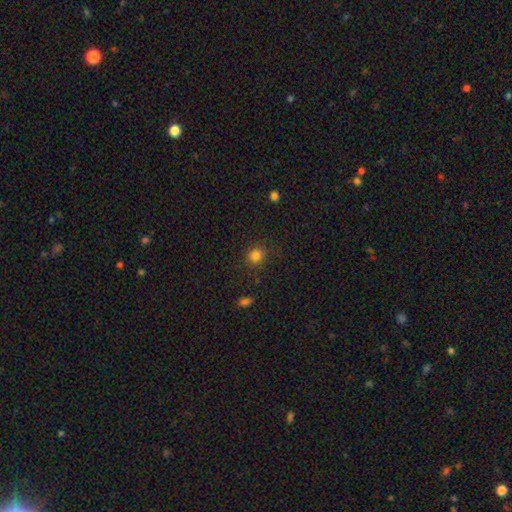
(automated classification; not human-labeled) smooth 82%, star or artifact 13%, featured or disk 5%. Down the decision tree: how rounded — round (87%); merging — none (87%).